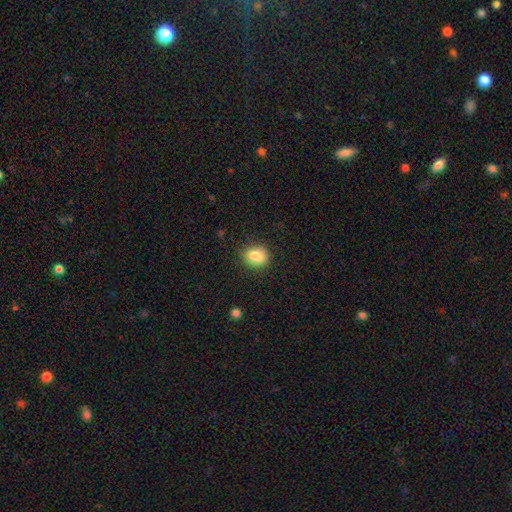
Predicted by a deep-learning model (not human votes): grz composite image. It shows a smooth galaxy with no disk features (85%) that is round (63%). Merging: none (83%).